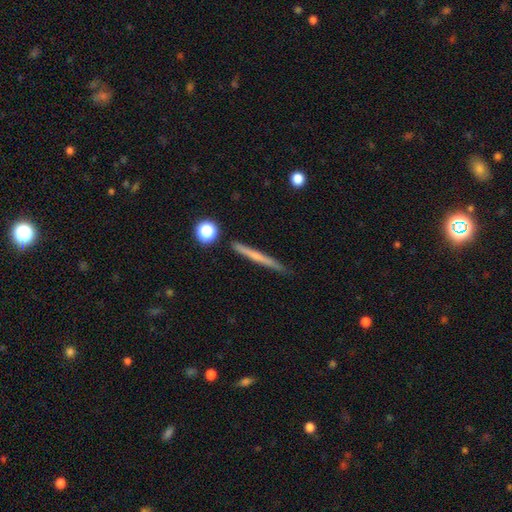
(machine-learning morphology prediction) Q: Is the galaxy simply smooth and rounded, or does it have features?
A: smooth — 53%.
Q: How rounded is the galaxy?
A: cigar-shaped — 95%.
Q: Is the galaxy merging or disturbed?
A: none — 86%.